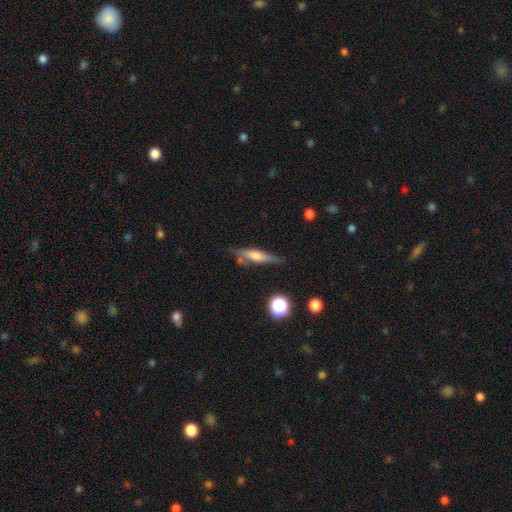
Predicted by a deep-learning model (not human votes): Smooth or featured: smooth — 49% (featured or disk — 44%)
Merging: none — 71% (minor disturbance — 18%)